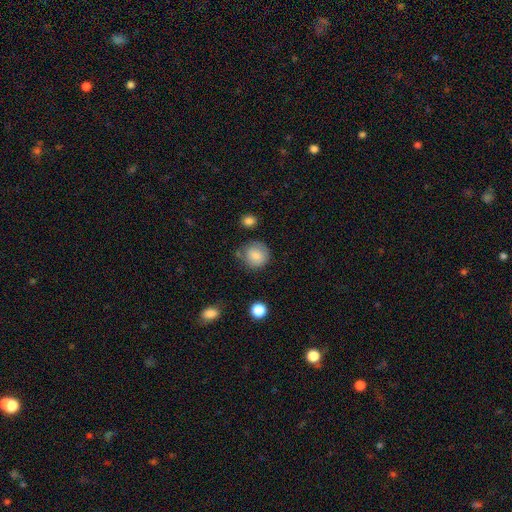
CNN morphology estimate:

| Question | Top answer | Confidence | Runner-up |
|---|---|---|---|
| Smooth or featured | smooth | 84% | star or artifact (8%) |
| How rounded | round | 89% | in between (10%) |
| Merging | none | 72% | minor disturbance (18%) |